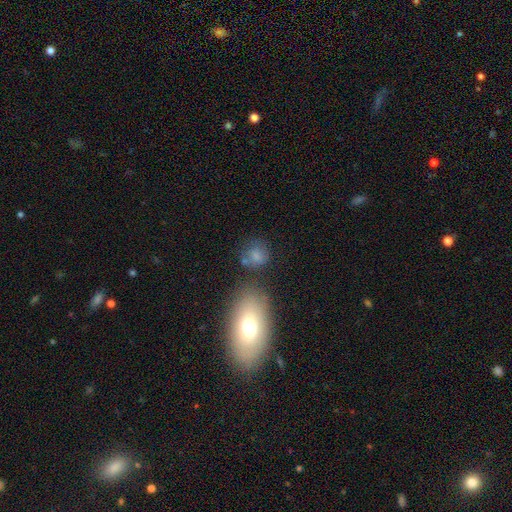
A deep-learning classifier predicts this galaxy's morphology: Smooth or featured? Predicted: smooth (p=0.73). How rounded? Predicted: round (p=0.70). Merging? Predicted: none (p=0.56).